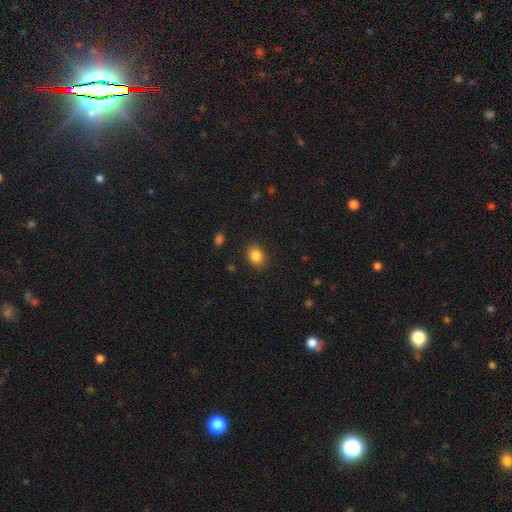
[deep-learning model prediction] smooth-or-featured: smooth: 86% | star or artifact: 9% | featured or disk: 5%
  how-rounded: in between: 56% | round: 43% | cigar-shaped: 1%
  merging: none: 87% | minor disturbance: 9% | major disturbance: 3% | merger: 1%